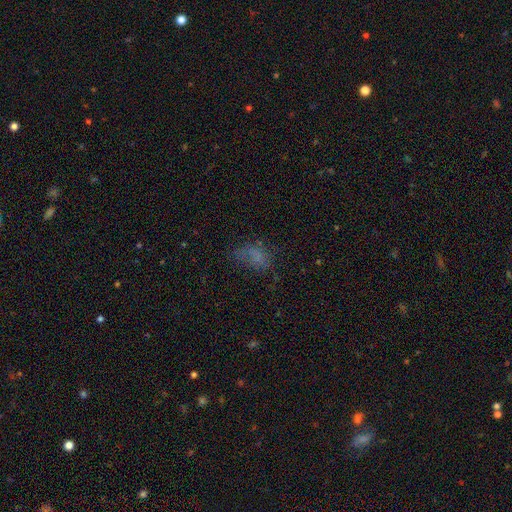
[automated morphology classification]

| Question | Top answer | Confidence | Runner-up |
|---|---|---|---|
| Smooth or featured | smooth | 61% | star or artifact (20%) |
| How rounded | in between | 84% | round (13%) |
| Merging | none | 45% | major disturbance (27%) |